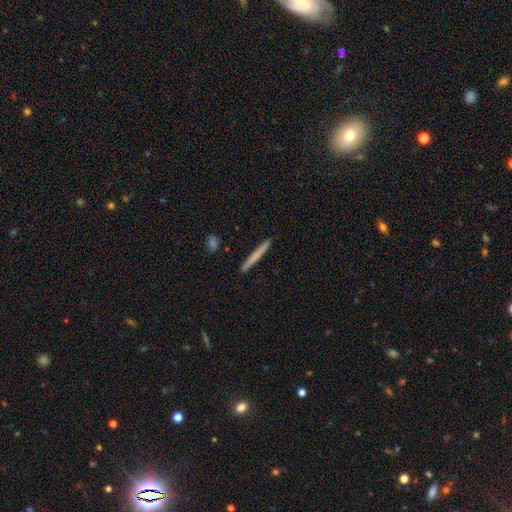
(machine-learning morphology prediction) smooth-or-featured: smooth: 63% | featured or disk: 31% | star or artifact: 5%
  how-rounded: cigar-shaped: 97% | in between: 2% | round: 1%
  merging: none: 92% | minor disturbance: 6% | merger: 1% | major disturbance: 1%